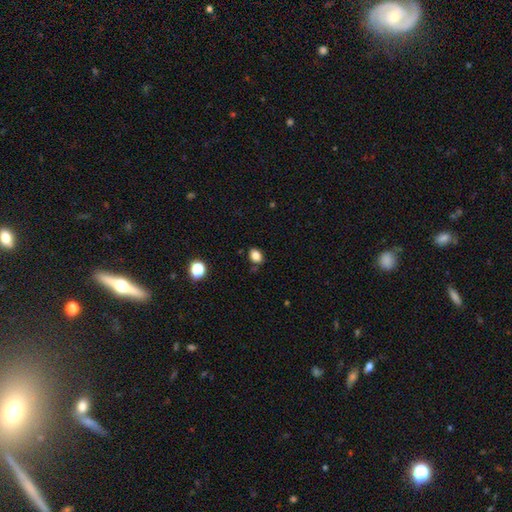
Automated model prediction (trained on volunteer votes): Morphology: type=smooth (84%); roundness=in between (72%); merging=none (83%).